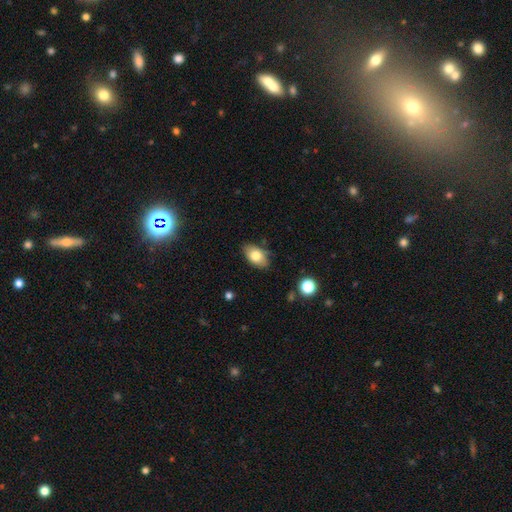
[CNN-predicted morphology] The model was most divided on "merging": none: 79%, minor disturbance: 17%, major disturbance: 3%, merger: 2%. More confident: how rounded — in between (91%); smooth or featured — smooth (78%).